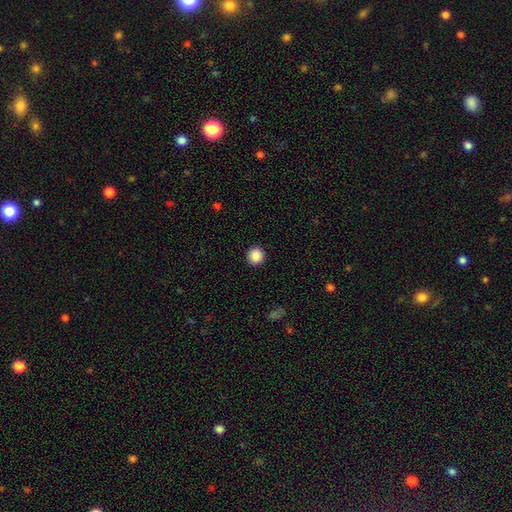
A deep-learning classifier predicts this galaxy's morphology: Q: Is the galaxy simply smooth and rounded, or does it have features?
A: smooth — 88%.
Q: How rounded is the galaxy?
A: round — 95%.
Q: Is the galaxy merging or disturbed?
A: none — 92%.